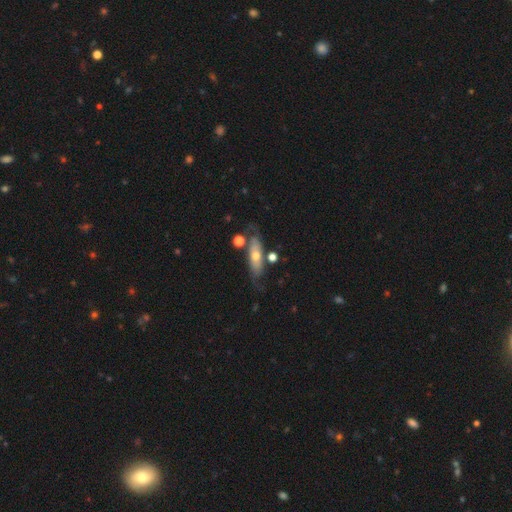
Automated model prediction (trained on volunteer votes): smooth_or_featured: featured or disk (p=0.53) [alt: smooth p=0.40]
disk_edge_on: no (p=0.72) [alt: yes p=0.28]
merging: none (p=0.59) [alt: minor disturbance p=0.21]